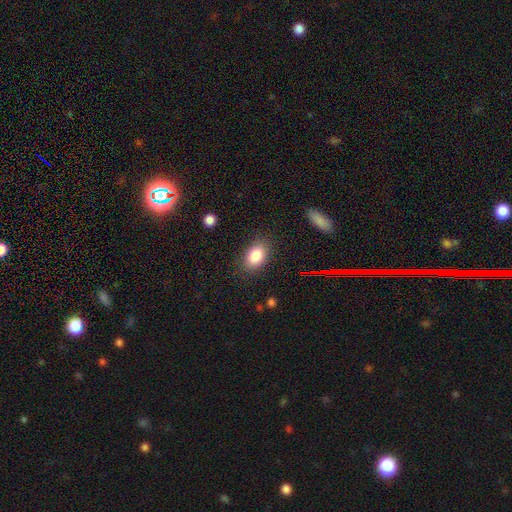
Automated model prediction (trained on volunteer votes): This is clearly a smooth galaxy (83%). How rounded: clearly in between (85%). Merging: clearly none (84%).